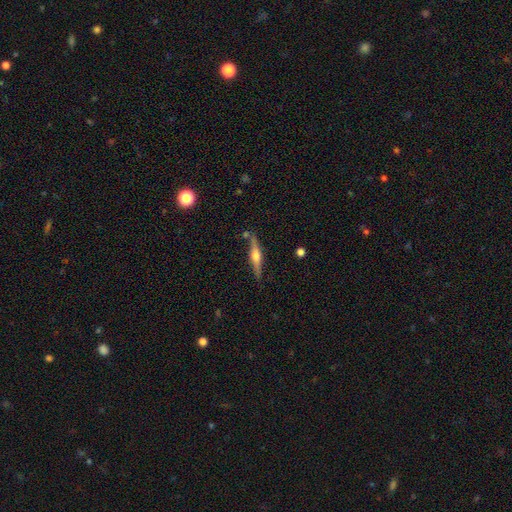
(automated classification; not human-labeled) A featured or disk galaxy (69%) viewed edge-on (97%) with a rounded central bulge (88%).

Vote fractions:
- Smooth or featured? featured or disk: 69% / smooth: 25% / star or artifact: 6%
- Edge-on disk? yes: 97% / no: 3%
- Edge-on bulge? rounded: 88% / boxy: 9% / none: 4%
- Merging? none: 79% / minor disturbance: 12% / merger: 5% / major disturbance: 3%